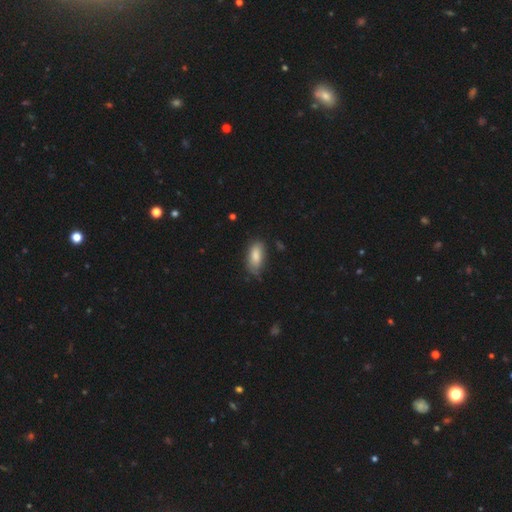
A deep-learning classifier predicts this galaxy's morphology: A smooth galaxy with no disk features (82%) that is in between round and cigar-shaped (88%).

Vote fractions:
- Smooth or featured? smooth: 82% / featured or disk: 11% / star or artifact: 7%
- How rounded? in between: 88% / cigar-shaped: 10% / round: 3%
- Merging? none: 67% / minor disturbance: 26% / major disturbance: 5% / merger: 2%